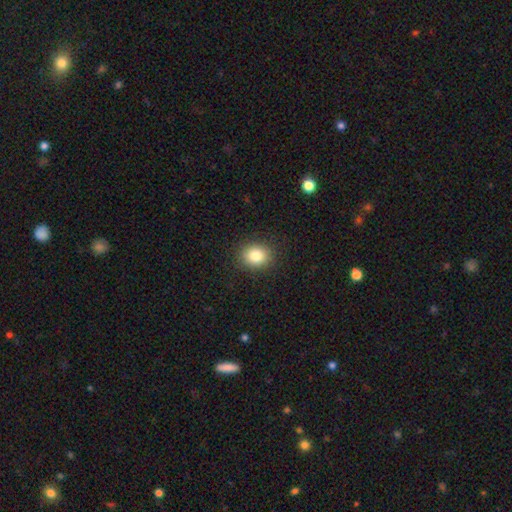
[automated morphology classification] This is clearly a smooth galaxy (83%). How rounded: likely round (68%). Merging: clearly none (90%).